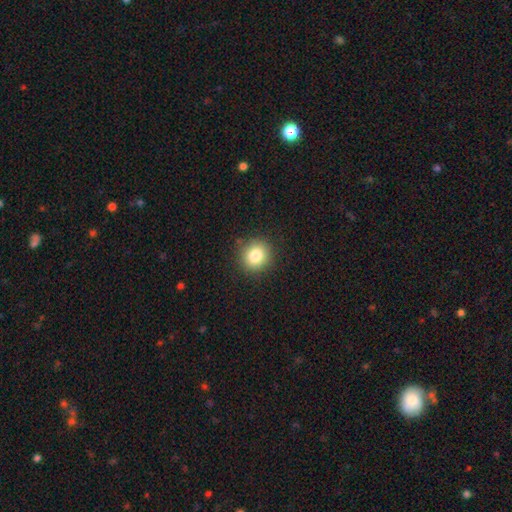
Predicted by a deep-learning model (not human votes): A smooth galaxy with no disk features (82%) that is round (87%).

Vote fractions:
- Smooth or featured? smooth: 82% / star or artifact: 11% / featured or disk: 7%
- How rounded? round: 87% / in between: 12% / cigar-shaped: 1%
- Merging? none: 89% / minor disturbance: 8% / major disturbance: 2% / merger: 1%